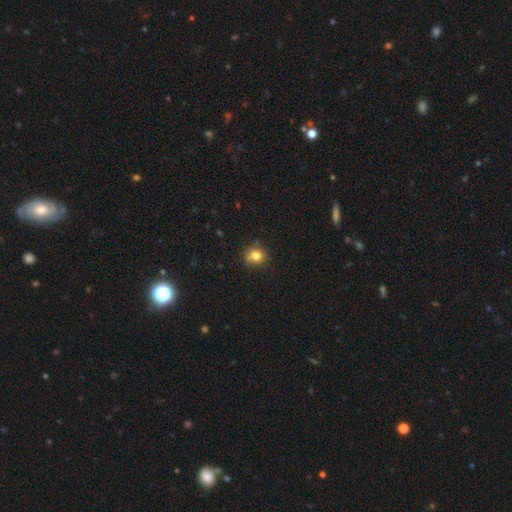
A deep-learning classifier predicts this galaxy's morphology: type=smooth (80%); roundness=round (84%); merging=none (74%).